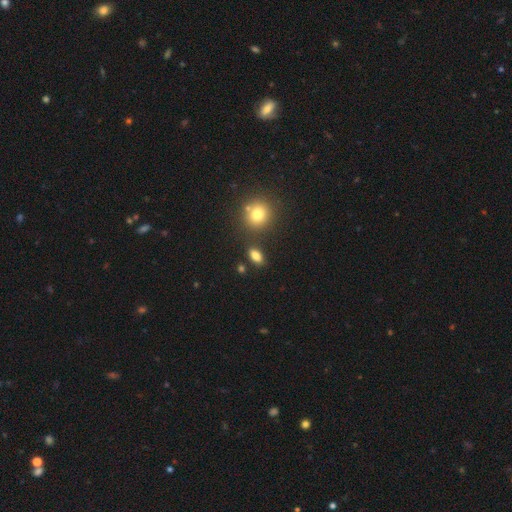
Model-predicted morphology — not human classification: This is clearly a smooth galaxy (81%). How rounded: clearly in between (83%). Merging: clearly none (82%).